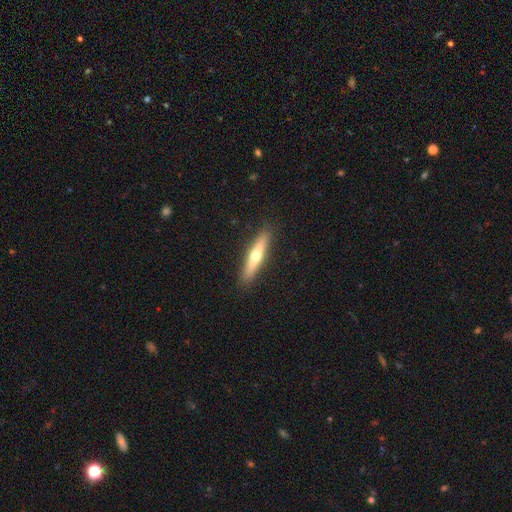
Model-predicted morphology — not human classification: smooth-or-featured: featured or disk: 49% | smooth: 46% | star or artifact: 5%
  merging: none: 91% | minor disturbance: 7% | major disturbance: 2% | merger: 1%